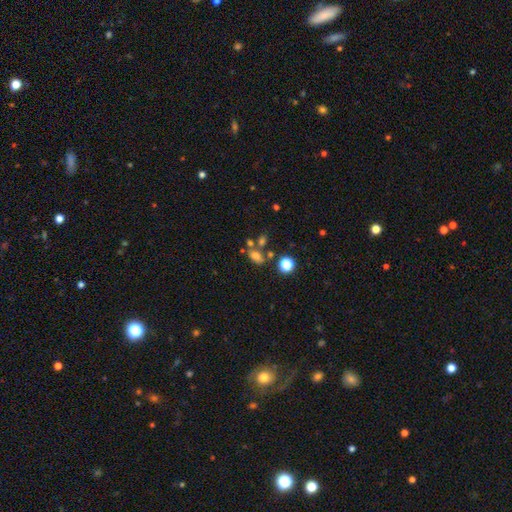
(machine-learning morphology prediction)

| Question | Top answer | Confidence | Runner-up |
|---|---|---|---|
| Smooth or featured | smooth | 69% | star or artifact (18%) |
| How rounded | in between | 78% | round (19%) |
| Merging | none | 52% | merger (26%) |